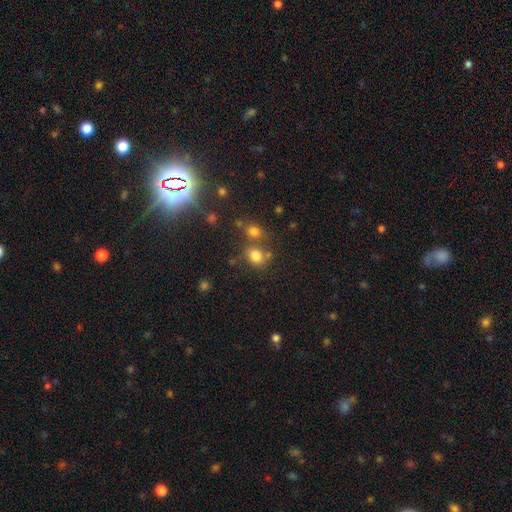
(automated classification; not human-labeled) Smooth or featured? Predicted: smooth (p=0.77). How rounded? Predicted: round (p=0.70). Merging? Predicted: none (p=0.59).